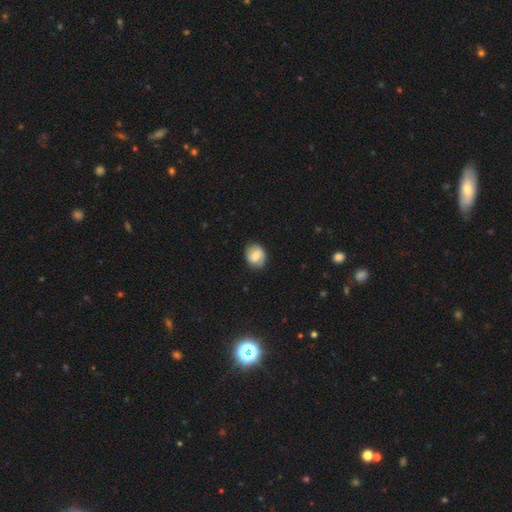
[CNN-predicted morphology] A featured or disk galaxy (50%).

Vote fractions:
- Smooth or featured? featured or disk: 50% / smooth: 42% / star or artifact: 8%
- Edge-on disk? no: 97% / yes: 3%
- Merging? none: 81% / minor disturbance: 14% / major disturbance: 4% / merger: 1%